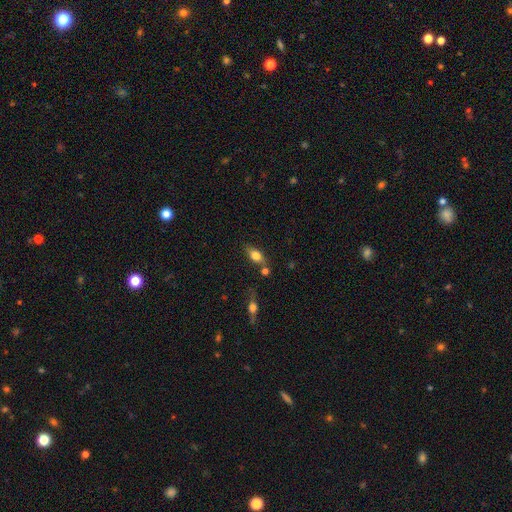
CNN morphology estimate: Overall: smooth (68%). How rounded: in between (77%). Merging: none (66%).